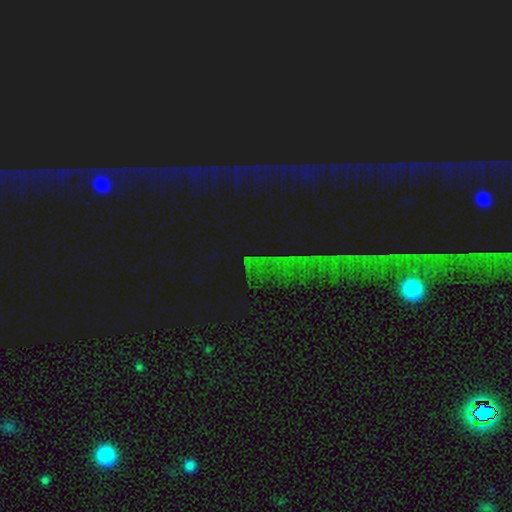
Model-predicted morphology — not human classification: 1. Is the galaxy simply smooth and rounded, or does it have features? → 77% star or artifact, 13% featured or disk, 10% smooth.